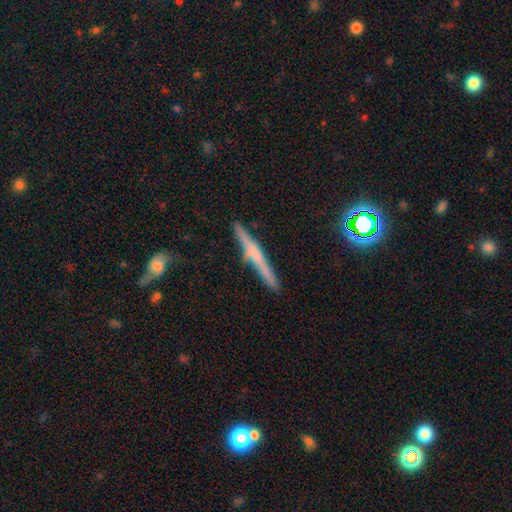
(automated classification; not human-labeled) Morphology: type=featured or disk (57%); edge-on=yes (97%); edge-on bulge=none (43%); merging=none (82%).